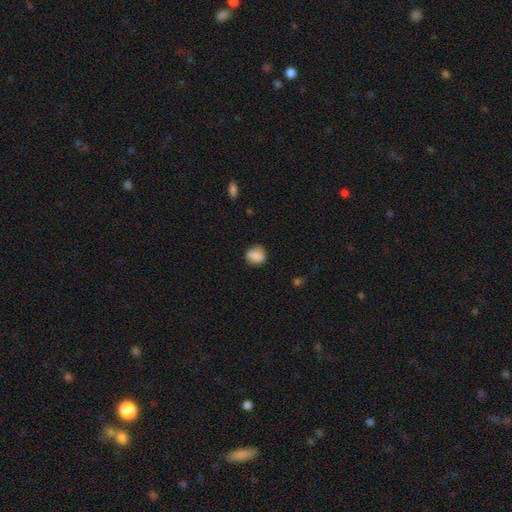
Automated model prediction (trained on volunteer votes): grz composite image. It shows a smooth galaxy with no disk features (84%) that is round (56%). Merging: none (76%).